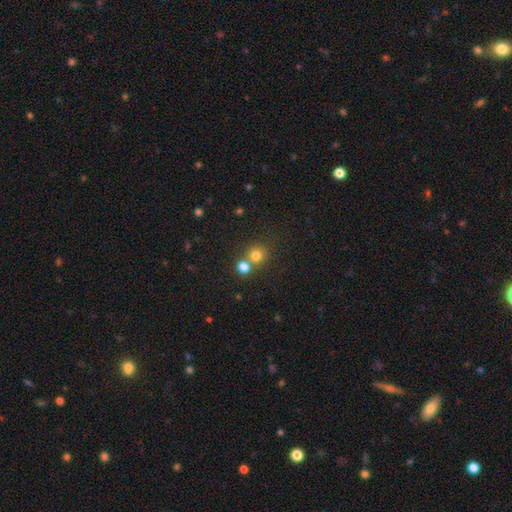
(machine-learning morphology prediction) smooth 77%, star or artifact 15%, featured or disk 7%. Down the decision tree: how rounded — round (89%); merging — none (58%).